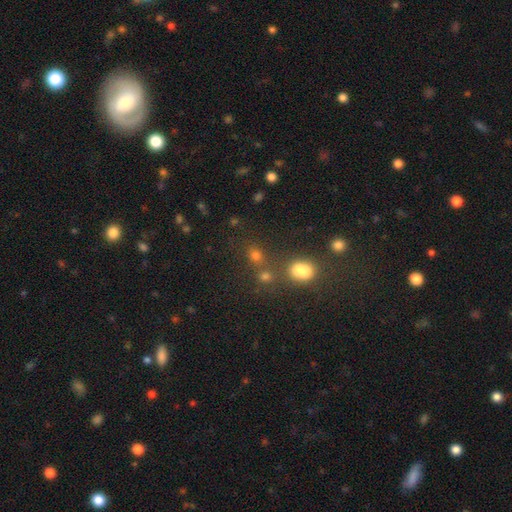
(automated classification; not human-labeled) Smooth or featured?
  - smooth: 66% *
  - star or artifact: 25%
  - featured or disk: 8%
How rounded?
  - round: 69% *
  - in between: 29%
  - cigar-shaped: 2%
Merging?
  - none: 59% *
  - merger: 26%
  - minor disturbance: 10%
  - major disturbance: 5%